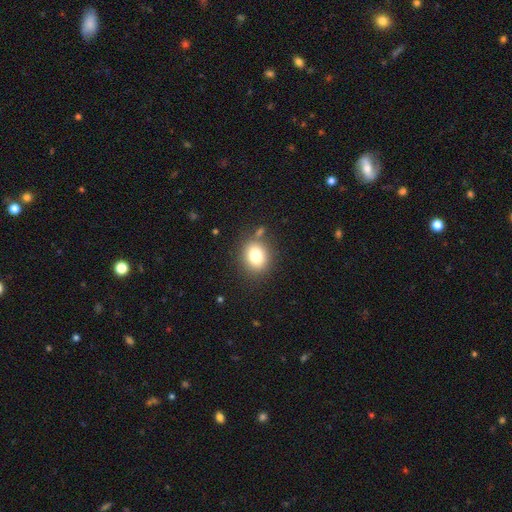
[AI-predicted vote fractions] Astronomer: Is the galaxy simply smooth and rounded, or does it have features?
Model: smooth — 78%.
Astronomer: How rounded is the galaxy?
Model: round — 59% (runner-up: in between, 40%).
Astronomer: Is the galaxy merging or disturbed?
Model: none — 78%.